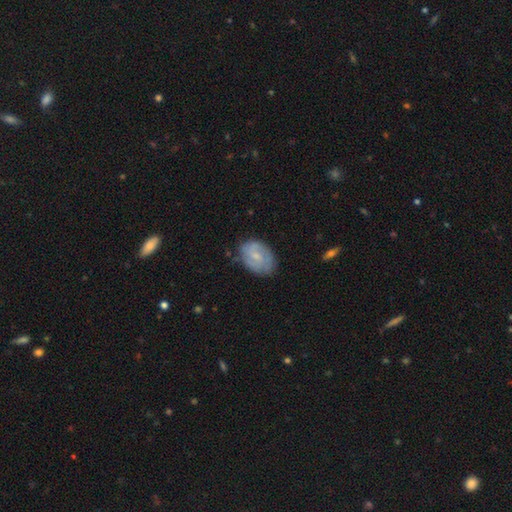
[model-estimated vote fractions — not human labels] Smooth or featured?
  - featured or disk: 50% *
  - smooth: 44%
  - star or artifact: 7%
Merging?
  - none: 67% *
  - minor disturbance: 25%
  - major disturbance: 6%
  - merger: 2%